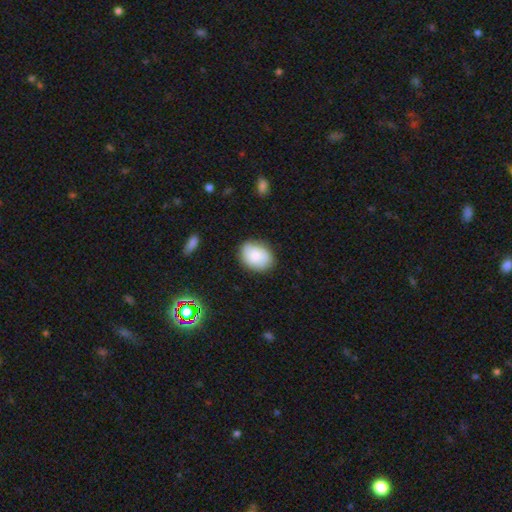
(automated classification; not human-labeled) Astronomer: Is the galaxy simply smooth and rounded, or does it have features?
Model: smooth — 76%.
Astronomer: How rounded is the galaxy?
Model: in between — 62% (runner-up: round, 37%).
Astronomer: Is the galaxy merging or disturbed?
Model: none — 80%.